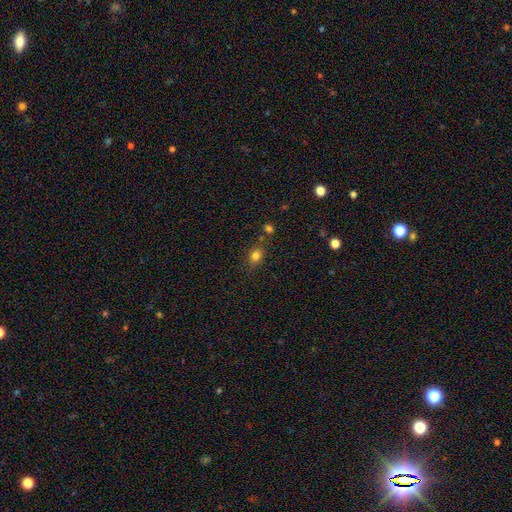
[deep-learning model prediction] A smooth galaxy with no disk features (79%) that is round (50%). Merging: none (73%).